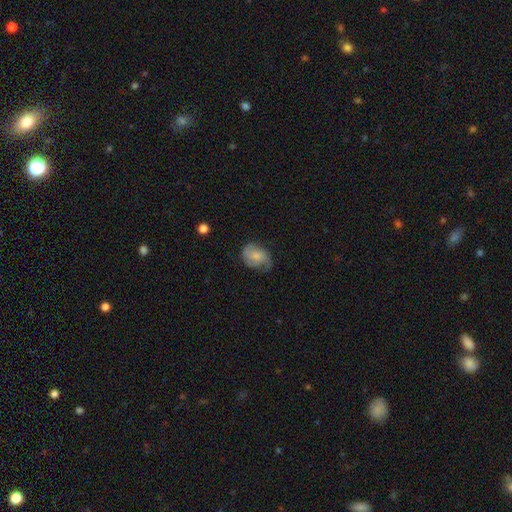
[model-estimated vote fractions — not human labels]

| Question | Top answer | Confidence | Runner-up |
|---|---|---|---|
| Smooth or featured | smooth | 47% | featured or disk (45%) |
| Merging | none | 55% | minor disturbance (30%) |